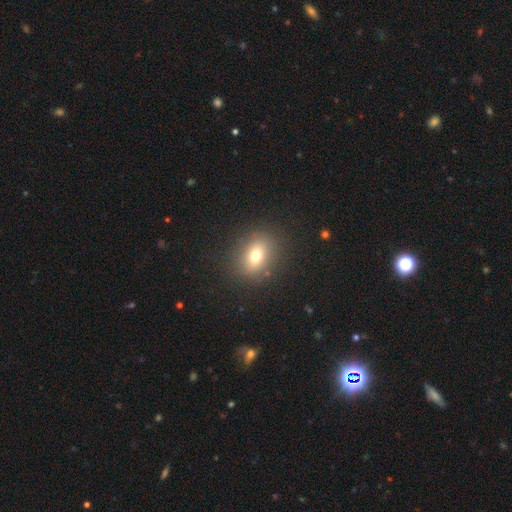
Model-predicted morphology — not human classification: The model was most divided on "how rounded": in between: 50%, round: 48%, cigar-shaped: 2%. More confident: merging — none (86%); smooth or featured — smooth (72%).